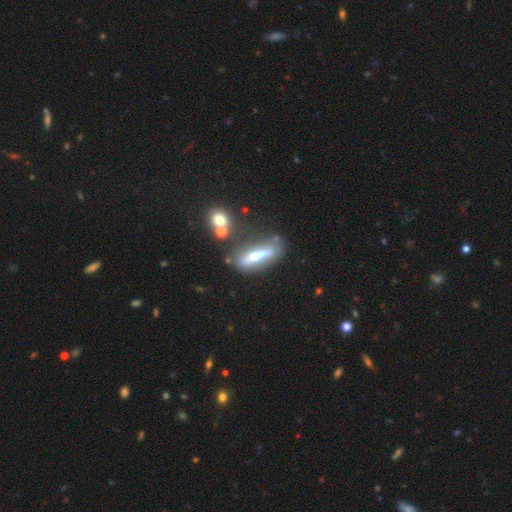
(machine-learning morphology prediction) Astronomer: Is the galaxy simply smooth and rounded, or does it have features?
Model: featured or disk — 56% (runner-up: smooth, 35%).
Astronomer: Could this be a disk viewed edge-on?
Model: yes — 70%.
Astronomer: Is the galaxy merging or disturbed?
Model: none — 56%.